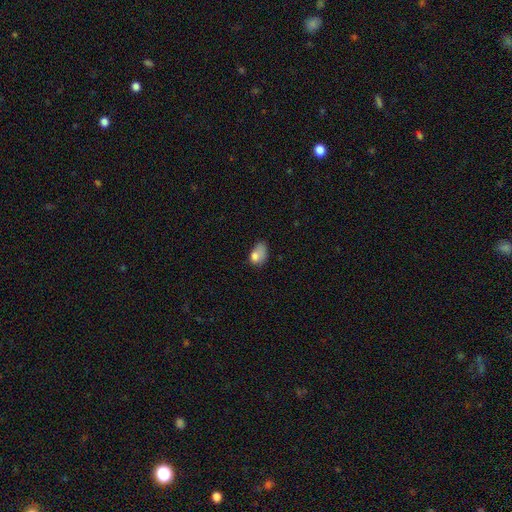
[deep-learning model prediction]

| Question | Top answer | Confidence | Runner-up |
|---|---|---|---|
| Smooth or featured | smooth | 73% | featured or disk (16%) |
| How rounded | in between | 79% | round (20%) |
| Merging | minor disturbance | 35% | major disturbance (32%) |